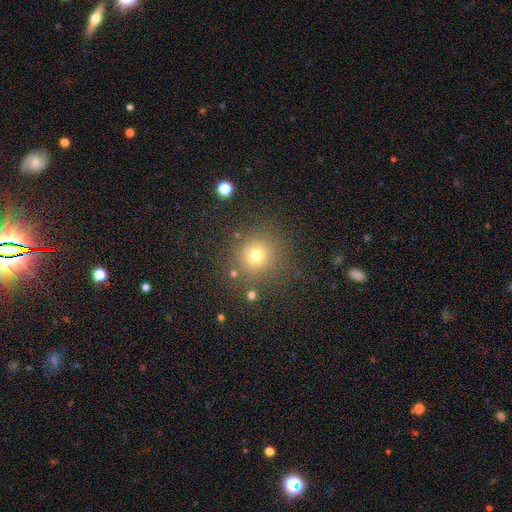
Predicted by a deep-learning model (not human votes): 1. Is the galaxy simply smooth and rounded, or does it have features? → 71% smooth, 19% star or artifact, 9% featured or disk.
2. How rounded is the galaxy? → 90% round, 9% in between, 1% cigar-shaped.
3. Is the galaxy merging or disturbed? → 82% none, 10% minor disturbance, 4% major disturbance, 4% merger.